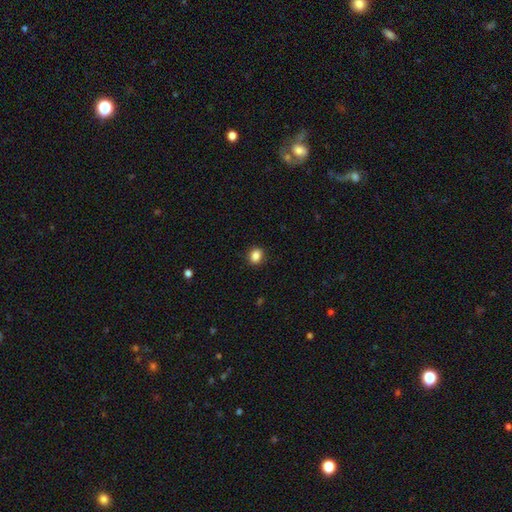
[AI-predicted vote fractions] smooth 87%, star or artifact 10%, featured or disk 3%. Down the decision tree: how rounded — round (57%); merging — none (89%).